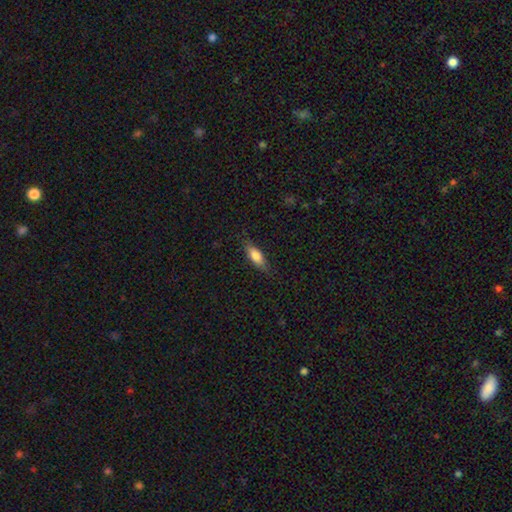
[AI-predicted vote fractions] smooth 75%, featured or disk 18%, star or artifact 6%. Down the decision tree: how rounded — in between (61%); merging — none (80%).